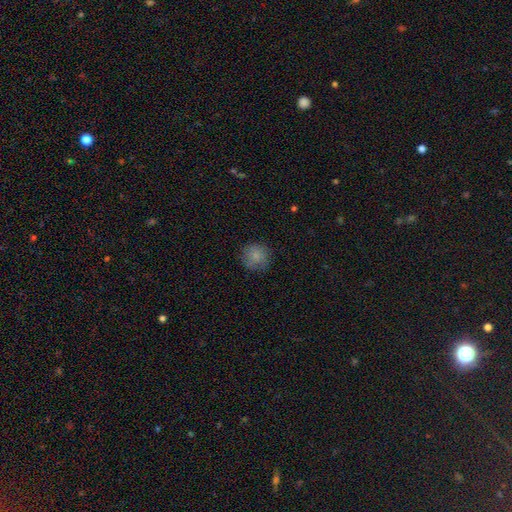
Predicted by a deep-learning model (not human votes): A smooth galaxy with no disk features (82%) that is round (91%).

Vote fractions:
- Smooth or featured? smooth: 82% / featured or disk: 9% / star or artifact: 8%
- How rounded? round: 91% / in between: 8% / cigar-shaped: 1%
- Merging? none: 80% / minor disturbance: 15% / major disturbance: 4% / merger: 1%